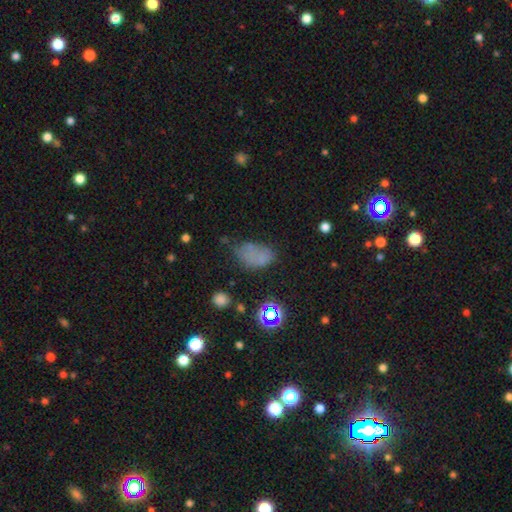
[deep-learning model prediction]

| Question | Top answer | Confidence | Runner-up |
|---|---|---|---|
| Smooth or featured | smooth | 63% | star or artifact (23%) |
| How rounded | in between | 87% | round (11%) |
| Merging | none | 45% | minor disturbance (30%) |